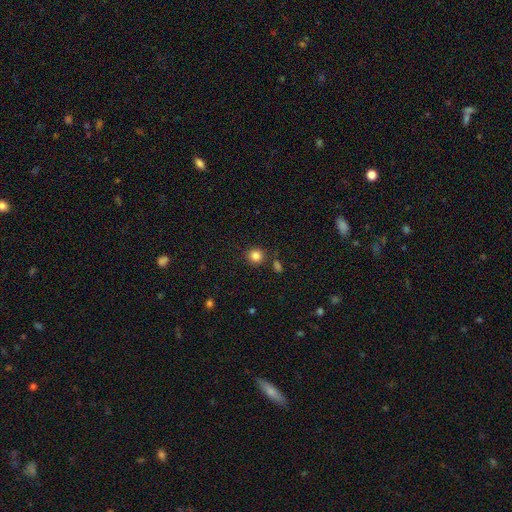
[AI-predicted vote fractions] Morphology: type=smooth (84%); roundness=round (91%); merging=none (85%).